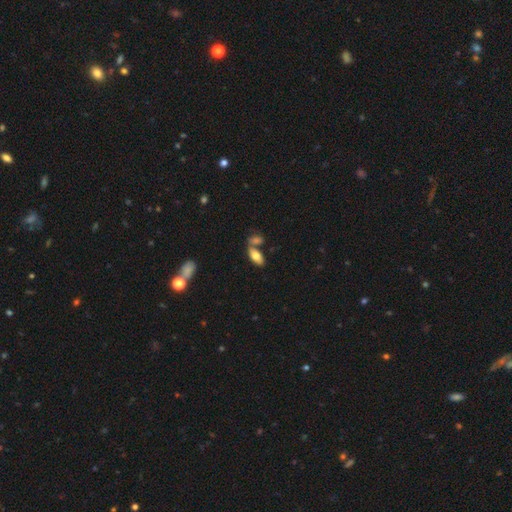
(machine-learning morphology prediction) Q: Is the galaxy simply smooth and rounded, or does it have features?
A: smooth — 75%.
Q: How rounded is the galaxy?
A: in between — 89%.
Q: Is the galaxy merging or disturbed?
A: none — 52%.